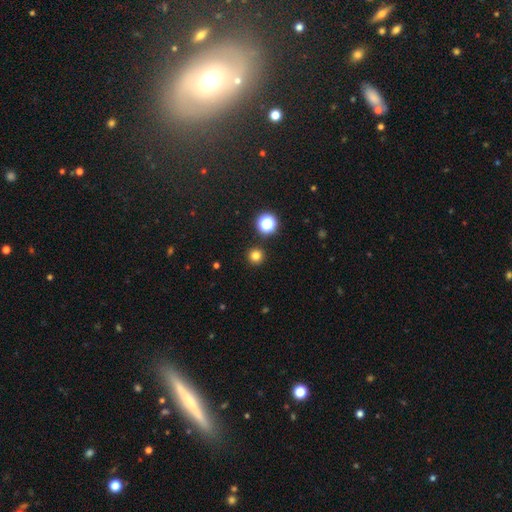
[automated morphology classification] This appears to be a smooth galaxy with no disk features (79%) that is round (96%). Merging: none (92%).